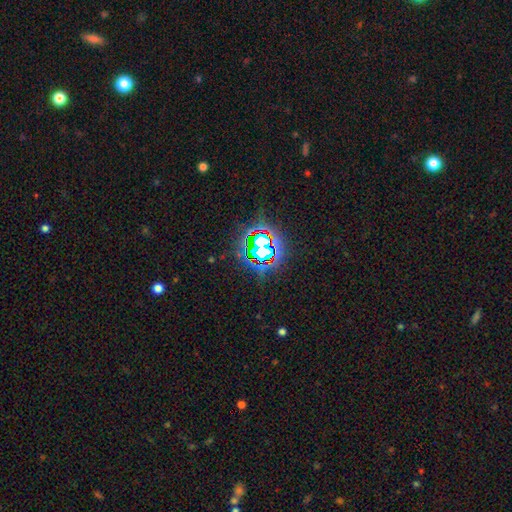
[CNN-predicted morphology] smooth_or_featured: star or artifact (p=0.81) [alt: smooth p=0.10]